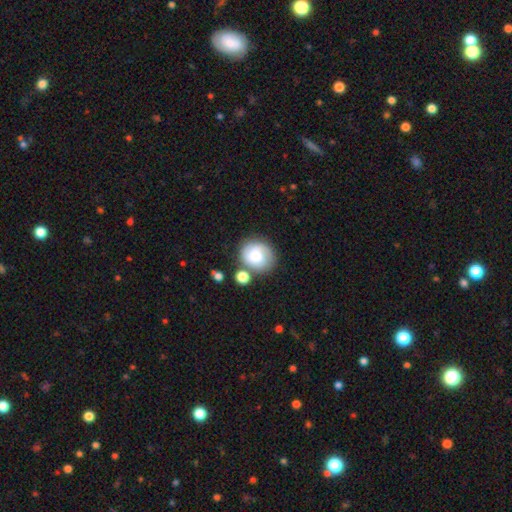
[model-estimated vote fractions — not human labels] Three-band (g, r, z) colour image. It shows a smooth galaxy with no disk features (50%). Merging: none (65%).